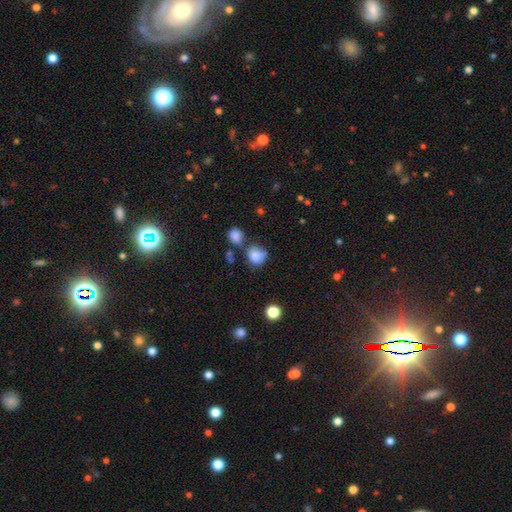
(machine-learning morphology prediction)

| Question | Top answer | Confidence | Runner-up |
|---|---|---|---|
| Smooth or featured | smooth | 83% | star or artifact (10%) |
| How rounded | round | 79% | in between (20%) |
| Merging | none | 53% | minor disturbance (20%) |